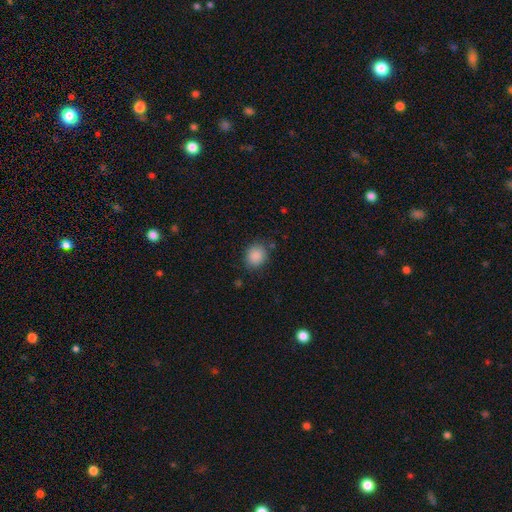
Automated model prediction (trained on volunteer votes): Morphology: type=smooth (88%); roundness=round (65%); merging=none (81%).